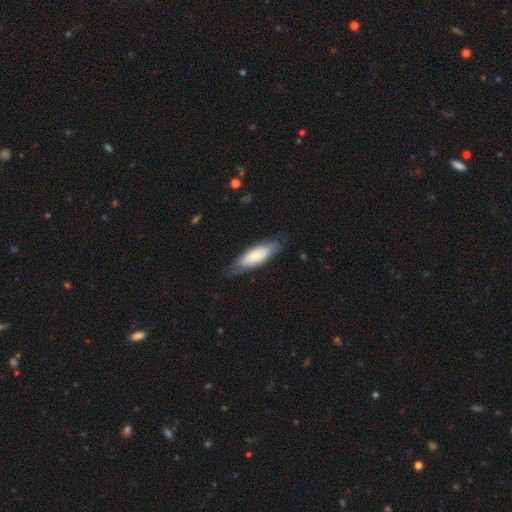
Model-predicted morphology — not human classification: Q: Smooth or featured?
A: smooth (71%); runner-up: featured or disk (24%)
Q: How rounded?
A: in between (61%); runner-up: cigar-shaped (38%)
Q: Merging?
A: none (73%); runner-up: minor disturbance (20%)